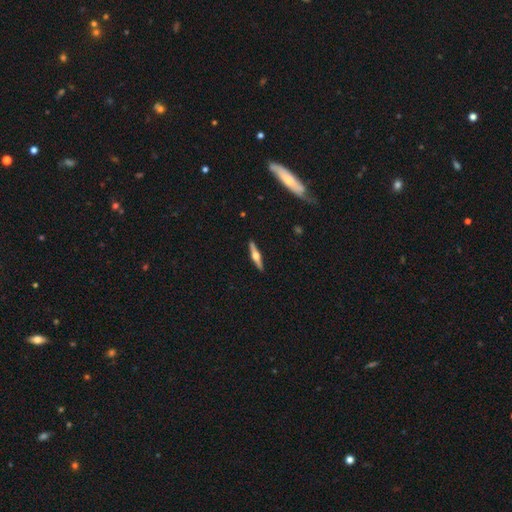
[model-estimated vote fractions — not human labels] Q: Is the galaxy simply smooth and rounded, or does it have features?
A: featured or disk — 72%.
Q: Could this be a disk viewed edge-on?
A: yes — 97%.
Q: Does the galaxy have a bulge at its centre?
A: rounded — 95%.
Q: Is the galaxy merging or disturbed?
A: none — 91%.